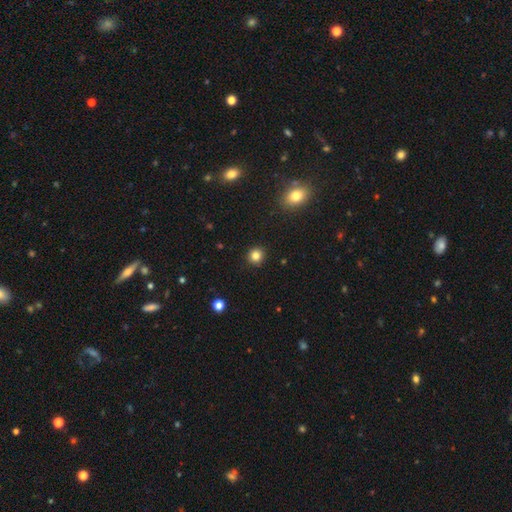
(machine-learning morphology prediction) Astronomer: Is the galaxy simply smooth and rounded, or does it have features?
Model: smooth — 83%.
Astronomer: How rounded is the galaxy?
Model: round — 91%.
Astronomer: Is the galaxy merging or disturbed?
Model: none — 92%.